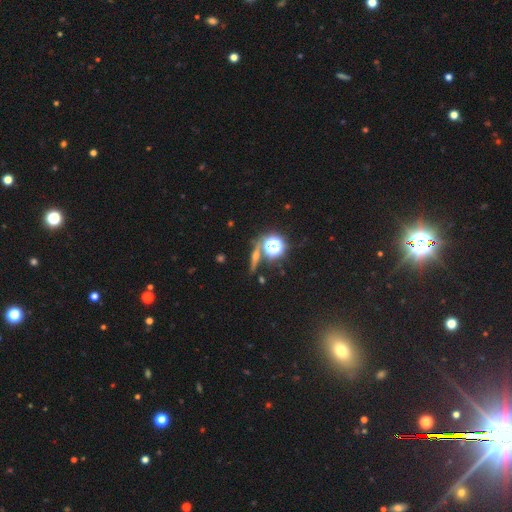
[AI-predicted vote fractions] The model was most divided on "smooth or featured": featured or disk: 44%, star or artifact: 32%, smooth: 24%. More confident: merging — none (83%).